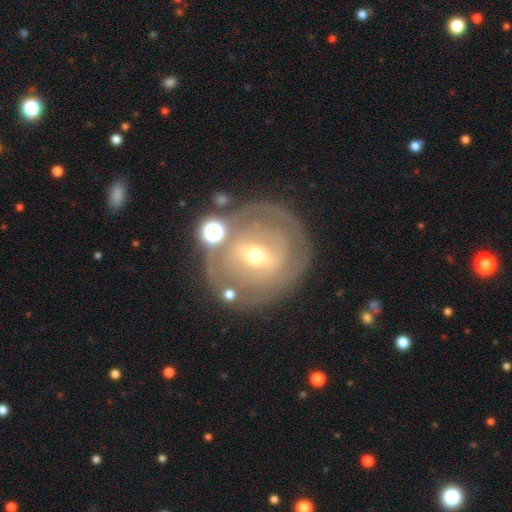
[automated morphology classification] smooth_or_featured: featured or disk (p=0.71) [alt: smooth p=0.21]
disk_edge_on: no (p=0.95) [alt: yes p=0.05]
bar: weak (p=0.45) [alt: strong p=0.31]
has_spiral_arms: yes (p=0.62) [alt: no p=0.38]
bulge_size: small (p=0.54) [alt: moderate p=0.41]
merging: none (p=0.73) [alt: minor disturbance p=0.14]